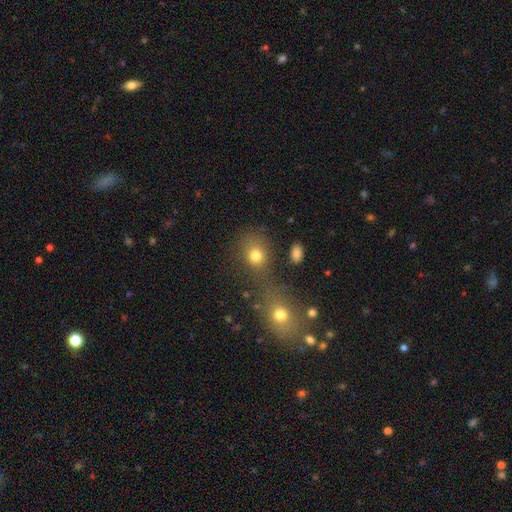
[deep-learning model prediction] smooth 75%, star or artifact 15%, featured or disk 10%. Down the decision tree: how rounded — round (63%); merging — none (50%).